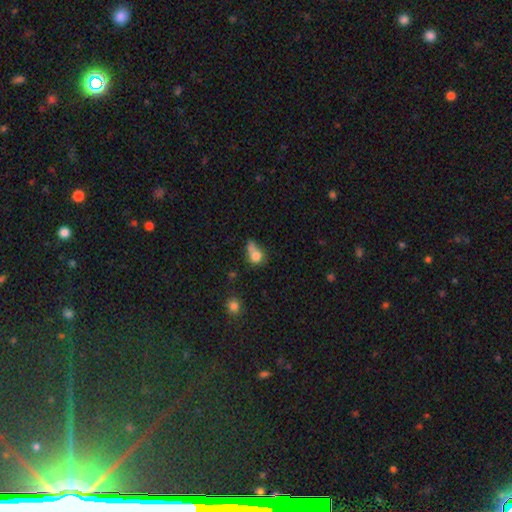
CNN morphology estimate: A smooth galaxy with no disk features (74%) that is round (56%).

Vote fractions:
- Smooth or featured? smooth: 74% / featured or disk: 14% / star or artifact: 12%
- How rounded? round: 56% / in between: 40% / cigar-shaped: 3%
- Merging? merger: 32% / none: 30% / minor disturbance: 21% / major disturbance: 18%